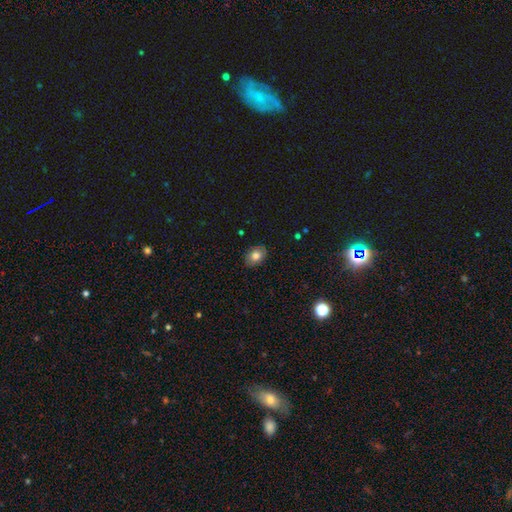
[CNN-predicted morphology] smooth 81%, featured or disk 11%, star or artifact 9%. Down the decision tree: how rounded — in between (75%); merging — none (86%).